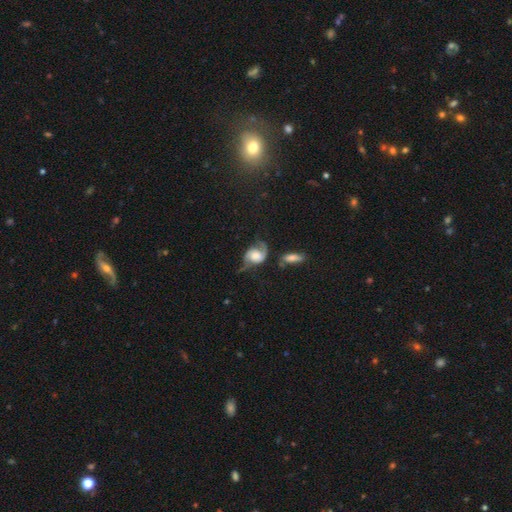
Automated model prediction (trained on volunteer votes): A featured or disk galaxy (73%) with no bar (58%), 2 (85%) loose (48%) spiral arms (92%) and a large central bulge (38%). Merging: none (44%).